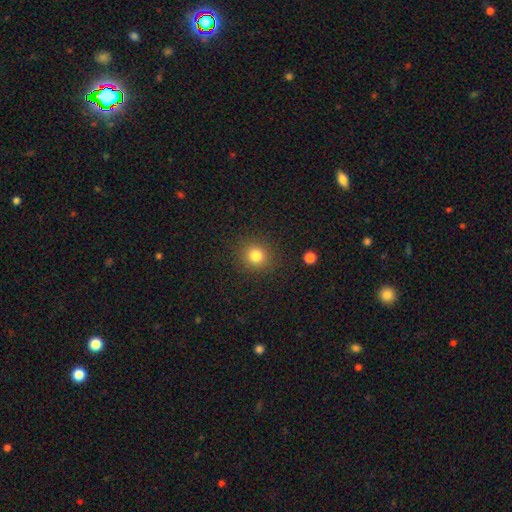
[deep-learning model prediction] A smooth galaxy with no disk features (81%) that is round (91%). Merging: none (89%).